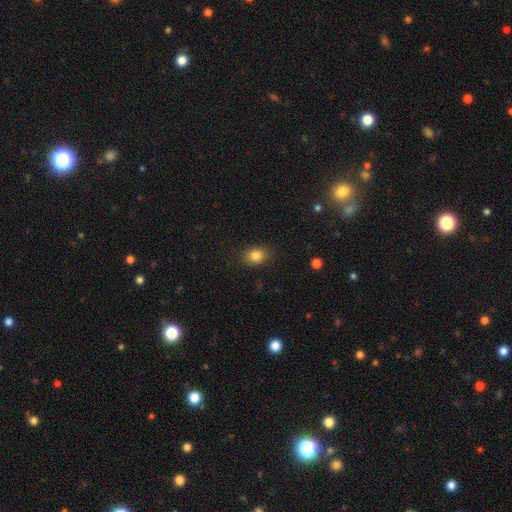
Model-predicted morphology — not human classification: This is clearly a smooth galaxy (83%). How rounded: possibly in between (59%). Merging: clearly none (85%).